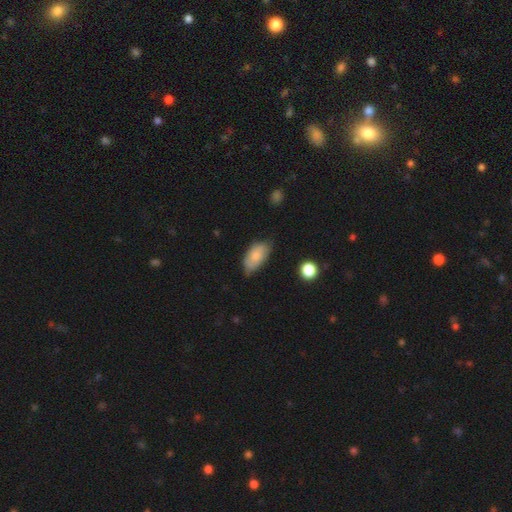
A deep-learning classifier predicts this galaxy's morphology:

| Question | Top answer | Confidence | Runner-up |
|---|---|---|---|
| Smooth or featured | smooth | 75% | featured or disk (18%) |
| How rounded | in between | 93% | round (4%) |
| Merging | none | 58% | minor disturbance (34%) |